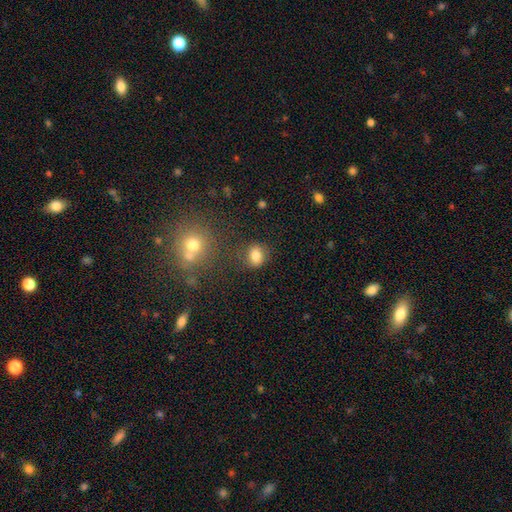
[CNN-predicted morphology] Overall: smooth (82%). How rounded: in between (53%; round 46%). Merging: none (77%).